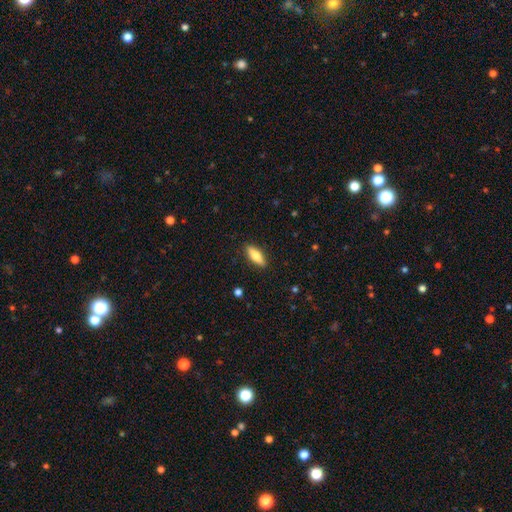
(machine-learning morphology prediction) smooth 71%, featured or disk 23%, star or artifact 6%. Down the decision tree: how rounded — in between (61%); merging — none (89%).